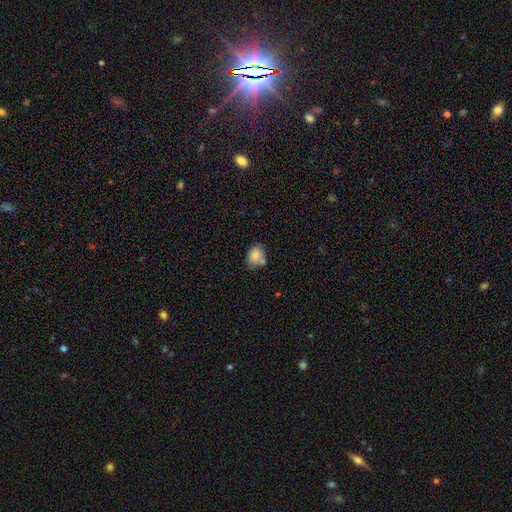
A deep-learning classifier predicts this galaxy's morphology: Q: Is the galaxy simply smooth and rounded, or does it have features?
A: smooth — 82%.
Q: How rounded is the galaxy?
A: in between — 70%.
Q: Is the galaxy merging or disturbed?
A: none — 62%.